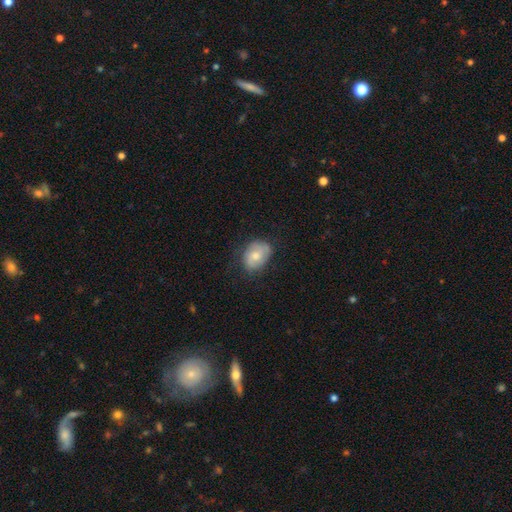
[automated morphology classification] This appears to be a smooth galaxy with no disk features (64%) that is in between round and cigar-shaped (71%). Merging: none (67%).